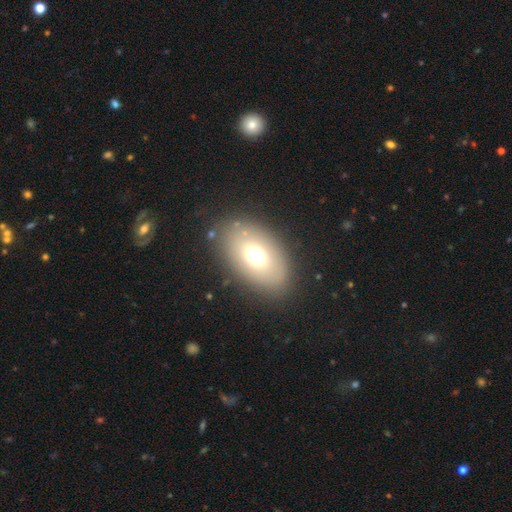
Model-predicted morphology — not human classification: A smooth galaxy with no disk features (67%) that is in between round and cigar-shaped (85%).

Vote fractions:
- Smooth or featured? smooth: 67% / featured or disk: 20% / star or artifact: 12%
- How rounded? in between: 85% / round: 13% / cigar-shaped: 2%
- Merging? none: 83% / minor disturbance: 10% / major disturbance: 5% / merger: 2%